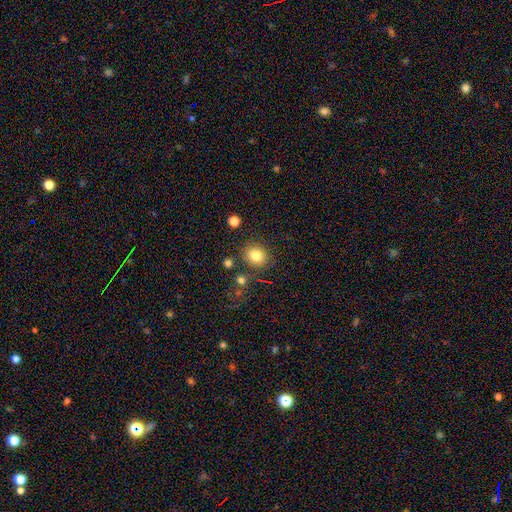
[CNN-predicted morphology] smooth 81%, star or artifact 12%, featured or disk 7%. Down the decision tree: how rounded — round (76%); merging — none (82%).